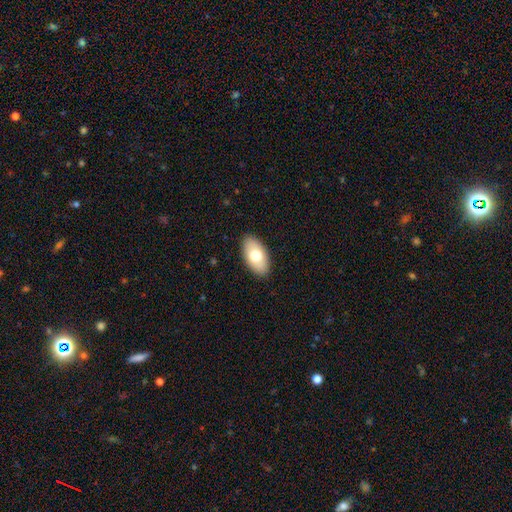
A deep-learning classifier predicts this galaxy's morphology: smooth-or-featured: smooth: 72% | featured or disk: 21% | star or artifact: 6%
  how-rounded: in between: 94% | round: 4% | cigar-shaped: 2%
  merging: none: 88% | minor disturbance: 9% | major disturbance: 2% | merger: 1%